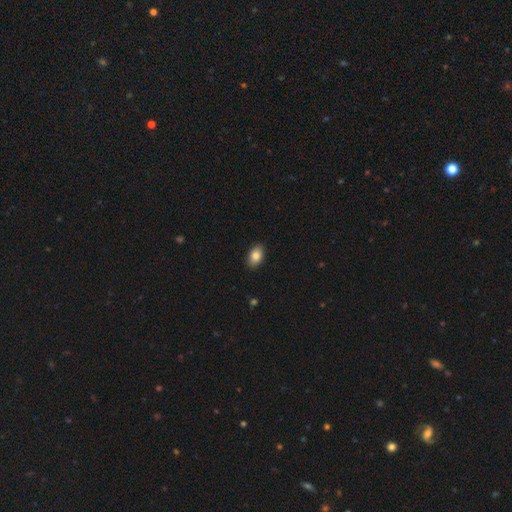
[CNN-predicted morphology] Smooth or featured? Predicted: smooth (p=0.85). How rounded? Predicted: in between (p=0.90). Merging? Predicted: none (p=0.90).